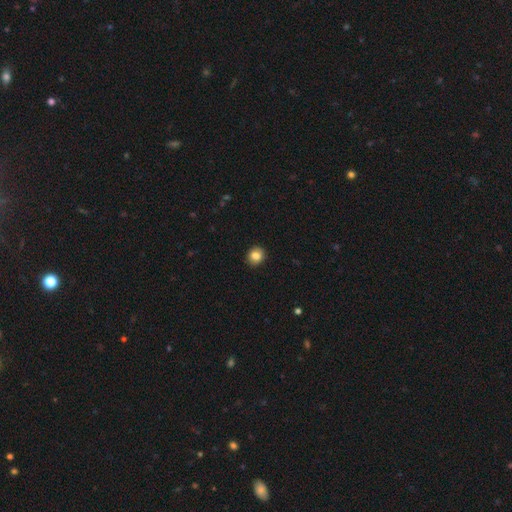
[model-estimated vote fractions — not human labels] The model was most divided on "how rounded": round: 81%, in between: 18%, cigar-shaped: 1%. More confident: merging — none (91%); smooth or featured — smooth (84%).